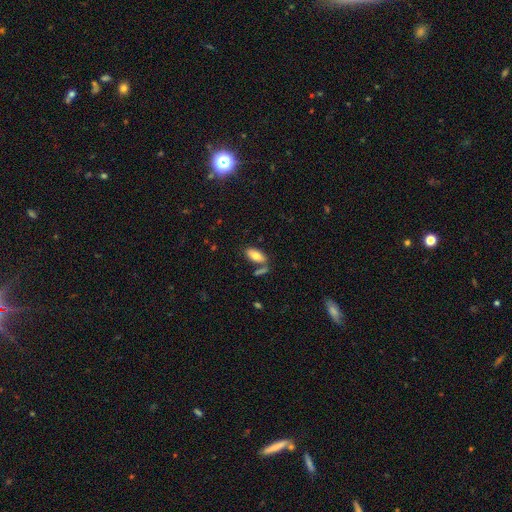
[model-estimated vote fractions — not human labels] This appears to be a smooth galaxy with no disk features (78%) that is in between round and cigar-shaped (90%). Merging: none (68%).